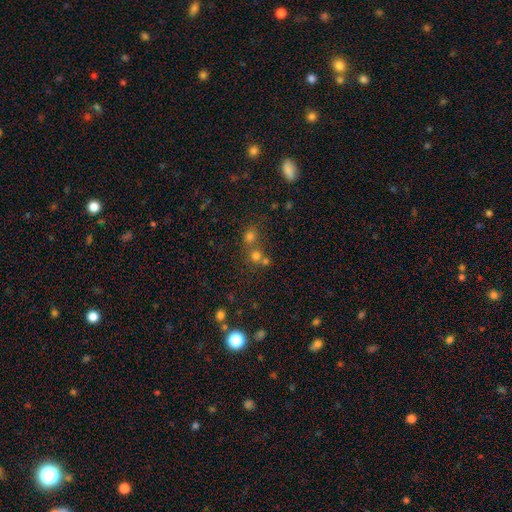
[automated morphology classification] The model was most divided on "merging": none: 52%, merger: 38%, minor disturbance: 7%, major disturbance: 4%. More confident: how rounded — round (85%); smooth or featured — smooth (61%).